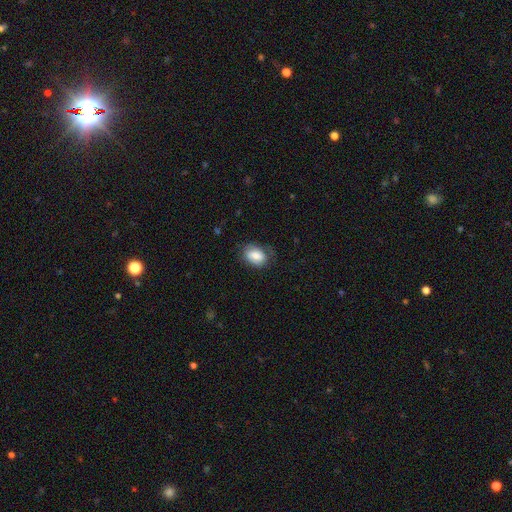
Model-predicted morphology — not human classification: The model was most divided on "merging": none: 63%, minor disturbance: 25%, major disturbance: 10%, merger: 1%. More confident: how rounded — in between (86%); smooth or featured — smooth (69%).